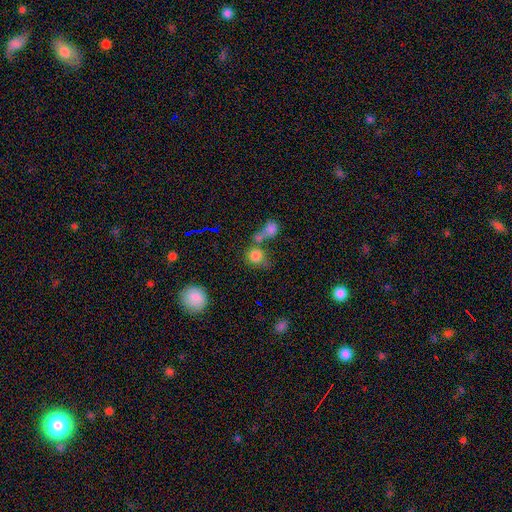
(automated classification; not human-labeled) smooth 78%, star or artifact 13%, featured or disk 9%. Down the decision tree: how rounded — round (79%); merging — none (43%).